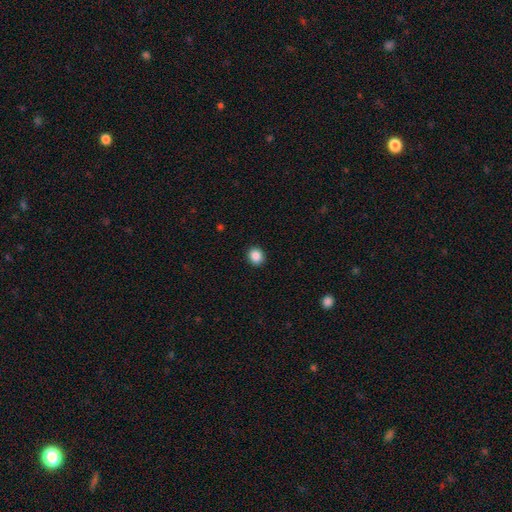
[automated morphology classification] Smooth or featured? Predicted: smooth (p=0.88). How rounded? Predicted: round (p=0.73). Merging? Predicted: none (p=0.92).